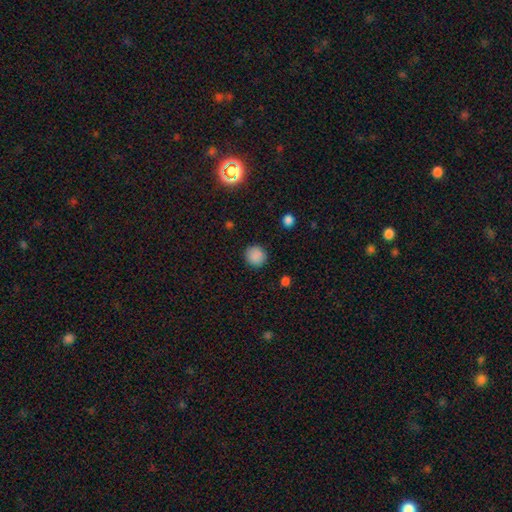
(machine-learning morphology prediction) This is clearly a smooth galaxy (87%). How rounded: clearly round (92%). Merging: clearly none (90%).